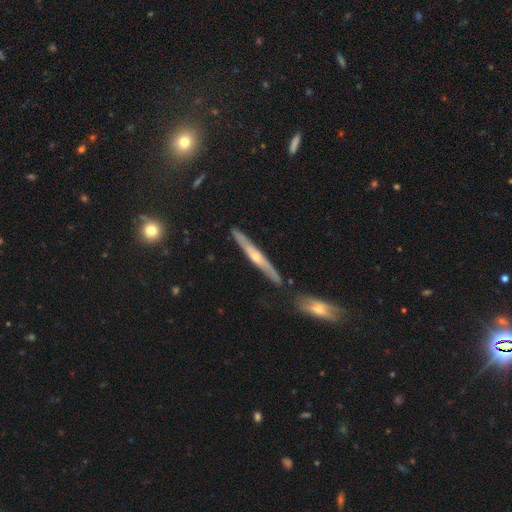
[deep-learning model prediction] featured or disk 70%, smooth 23%, star or artifact 7%. Down the decision tree: edge-on disk — yes (94%); edge-on bulge — rounded (76%); merging — none (84%).